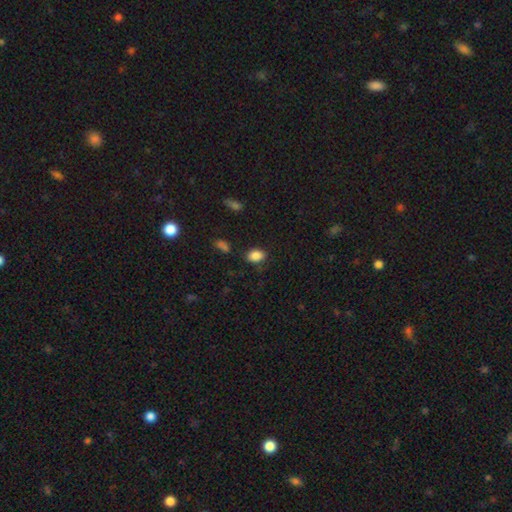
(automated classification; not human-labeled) A smooth galaxy with no disk features (87%) that is in between round and cigar-shaped (82%). Merging: none (80%).